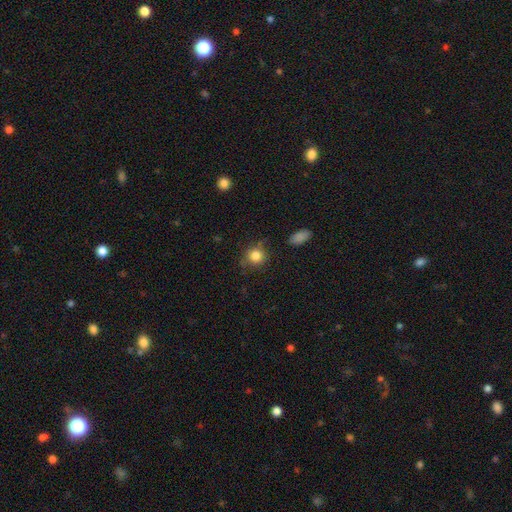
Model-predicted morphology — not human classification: Smooth or featured?
  - smooth: 83% *
  - star or artifact: 10%
  - featured or disk: 7%
How rounded?
  - round: 87% *
  - in between: 11%
  - cigar-shaped: 1%
Merging?
  - none: 75% *
  - minor disturbance: 17%
  - major disturbance: 4%
  - merger: 3%